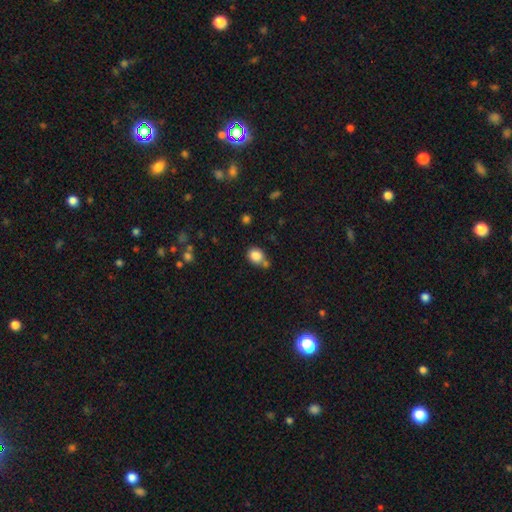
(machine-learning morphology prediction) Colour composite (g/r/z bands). It shows a smooth galaxy with no disk features (84%) that is round (66%). Merging: none (61%).